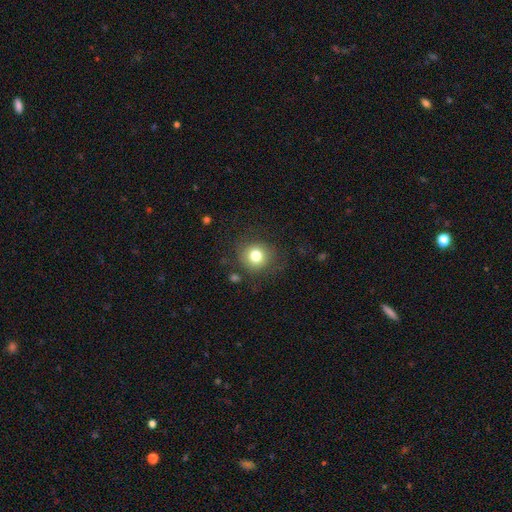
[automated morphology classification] A smooth galaxy with no disk features (78%) that is round (91%). Merging: none (81%).